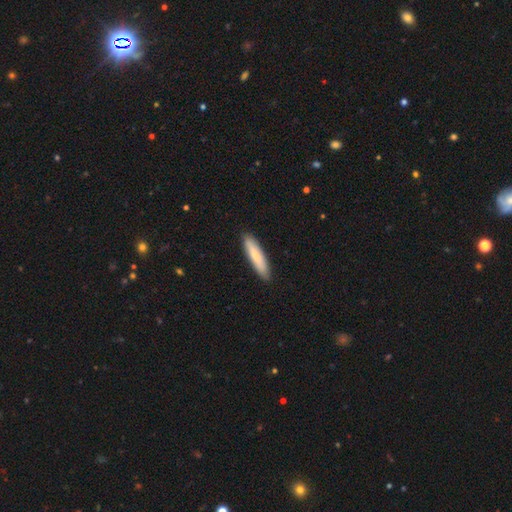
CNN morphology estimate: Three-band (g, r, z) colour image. It shows a smooth galaxy with no disk features (75%) that is cigar-shaped (80%). Merging: none (89%).